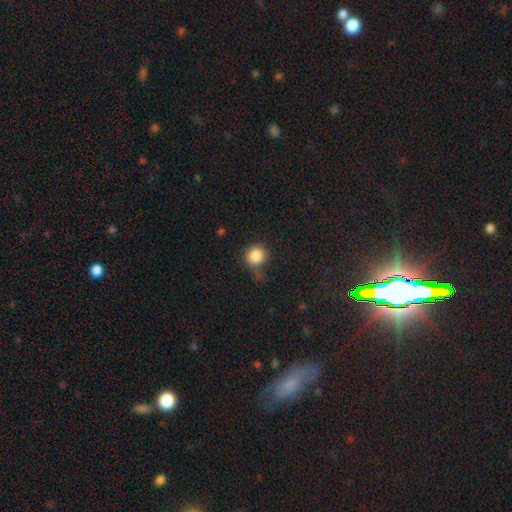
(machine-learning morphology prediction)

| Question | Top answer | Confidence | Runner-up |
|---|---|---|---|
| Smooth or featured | smooth | 86% | star or artifact (10%) |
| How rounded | round | 89% | in between (10%) |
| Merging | none | 65% | minor disturbance (21%) |